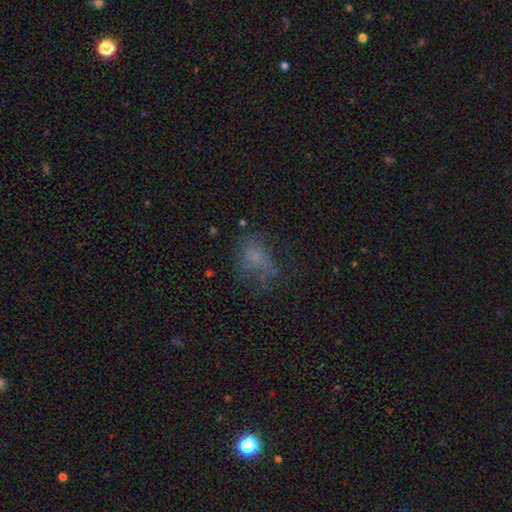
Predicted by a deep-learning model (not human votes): Morphology: type=smooth (53%); roundness=in between (63%); merging=none (48%).